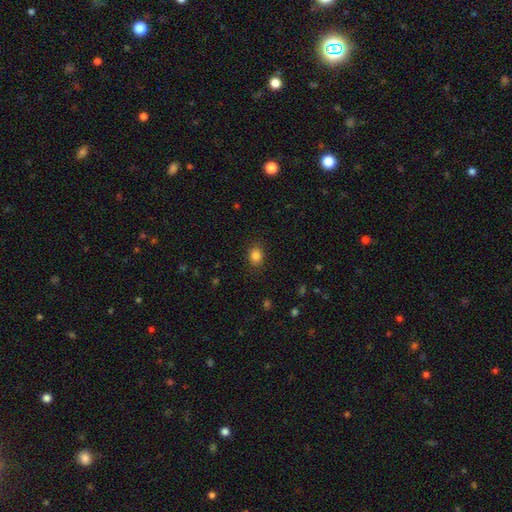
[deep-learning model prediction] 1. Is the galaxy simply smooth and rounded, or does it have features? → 85% smooth, 11% star or artifact, 4% featured or disk.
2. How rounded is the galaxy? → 55% round, 44% in between, 1% cigar-shaped.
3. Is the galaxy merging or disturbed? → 86% none, 10% minor disturbance, 3% major disturbance, 1% merger.